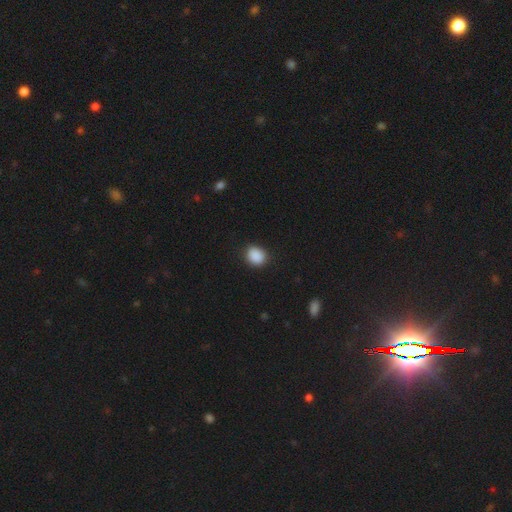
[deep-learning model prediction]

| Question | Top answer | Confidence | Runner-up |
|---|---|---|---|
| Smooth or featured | smooth | 89% | star or artifact (9%) |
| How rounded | round | 60% | in between (39%) |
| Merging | none | 85% | minor disturbance (11%) |